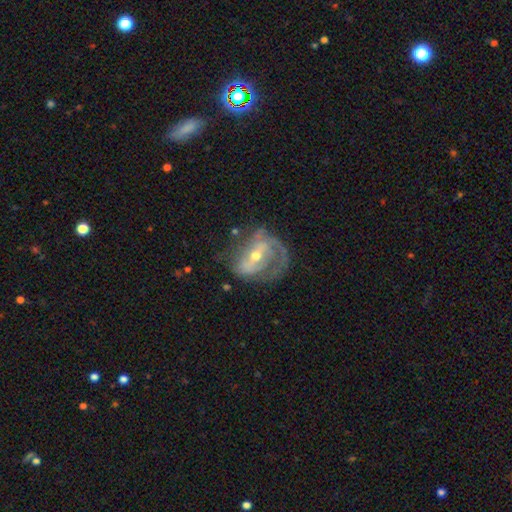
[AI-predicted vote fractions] Overall: featured or disk (82%). Edge-on disk: no (96%). Bar: weak (40%; strong 34%). Spiral arms: yes (83%). Spiral arm count: 2 (39%; can't tell 25%). Spiral winding: tight (40%; medium 39%). Bulge size: moderate (57%; small 39%). Merging: none (46%; major disturbance 27%).